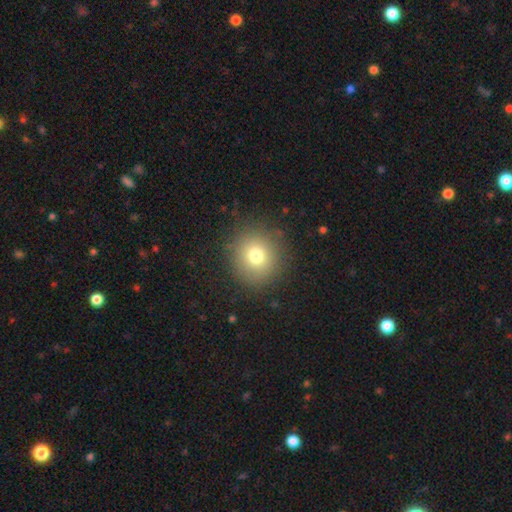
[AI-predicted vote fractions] Morphology: type=smooth (74%); roundness=round (93%); merging=none (88%).